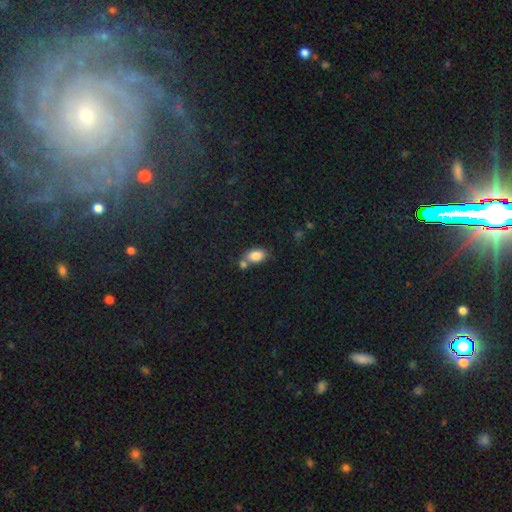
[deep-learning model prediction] A smooth galaxy with no disk features (83%) that is in between round and cigar-shaped (87%).

Vote fractions:
- Smooth or featured? smooth: 83% / star or artifact: 9% / featured or disk: 8%
- How rounded? in between: 87% / round: 11% / cigar-shaped: 2%
- Merging? none: 48% / merger: 34% / minor disturbance: 14% / major disturbance: 4%